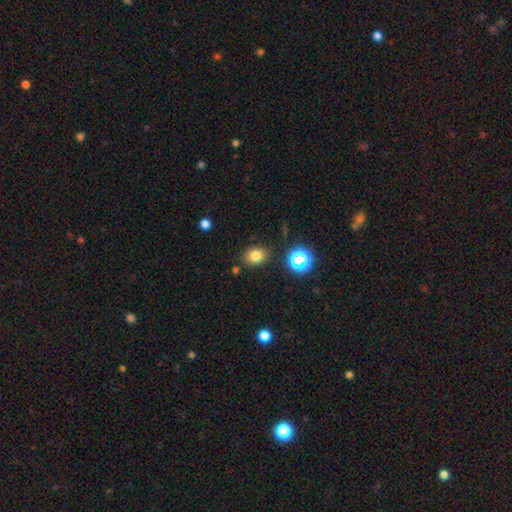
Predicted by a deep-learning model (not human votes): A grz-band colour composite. It shows a smooth galaxy with no disk features (77%) that is in between round and cigar-shaped (62%). Merging: none (82%).